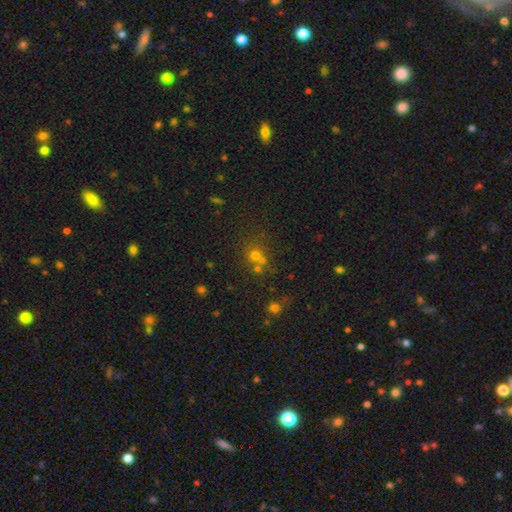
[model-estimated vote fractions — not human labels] Smooth or featured? smooth (60%)
How rounded? round (86%)
Merging? none (55%)